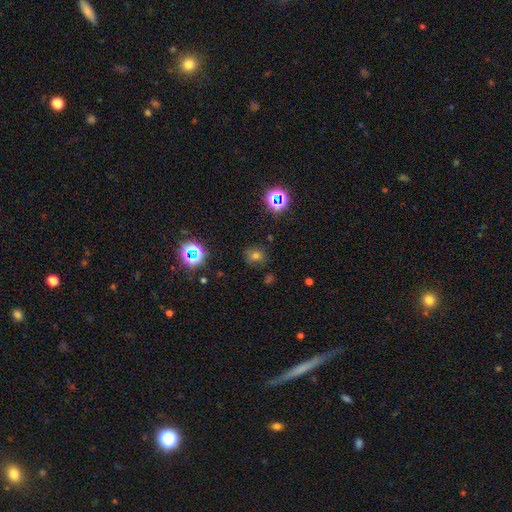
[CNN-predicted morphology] smooth_or_featured: smooth (p=0.63) [alt: star or artifact p=0.29]
how_rounded: round (p=0.73) [alt: in between p=0.26]
merging: none (p=0.79) [alt: minor disturbance p=0.13]